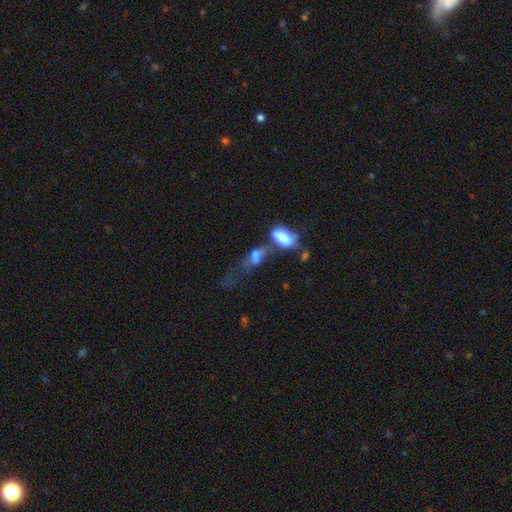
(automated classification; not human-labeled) Smooth or featured? smooth (62%)
How rounded? in between (78%)
Merging? merger (53%)